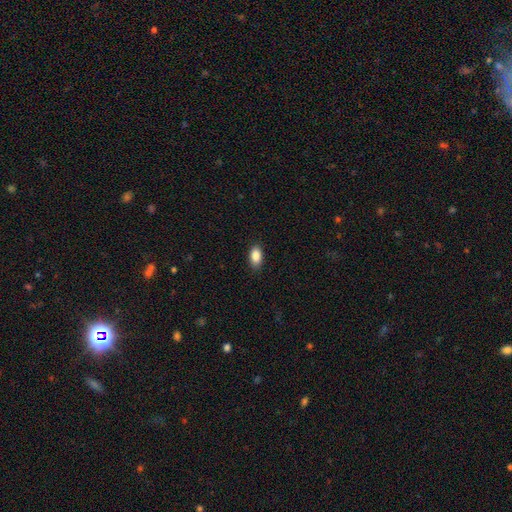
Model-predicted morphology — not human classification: A smooth galaxy with no disk features (88%) that is in between round and cigar-shaped (92%).

Vote fractions:
- Smooth or featured? smooth: 88% / star or artifact: 7% / featured or disk: 4%
- How rounded? in between: 92% / round: 5% / cigar-shaped: 2%
- Merging? none: 87% / minor disturbance: 10% / major disturbance: 2% / merger: 1%